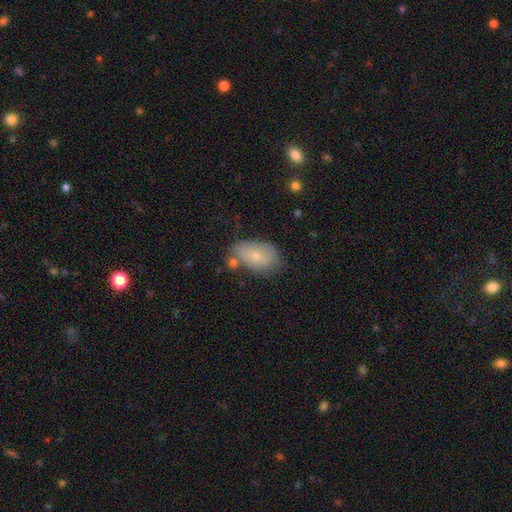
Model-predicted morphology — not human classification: This appears to be a smooth galaxy with no disk features (69%) that is in between round and cigar-shaped (89%). Merging: none (57%).